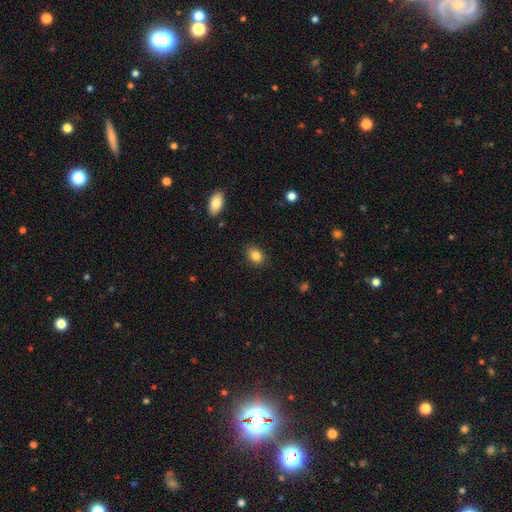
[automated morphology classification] Smooth or featured? smooth (84%)
How rounded? in between (67%)
Merging? none (88%)